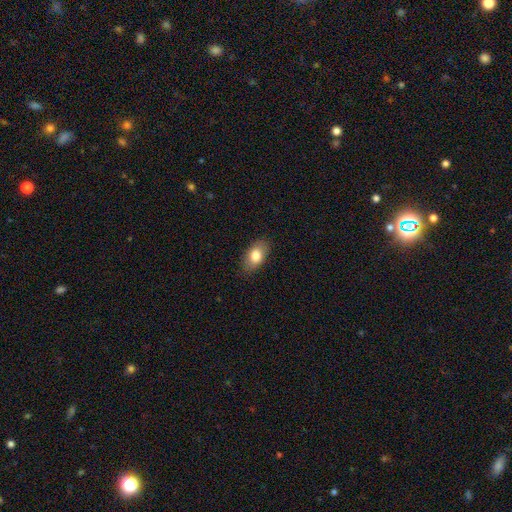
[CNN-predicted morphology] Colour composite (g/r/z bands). It shows a smooth galaxy with no disk features (80%) that is in between round and cigar-shaped (89%). Merging: none (82%).